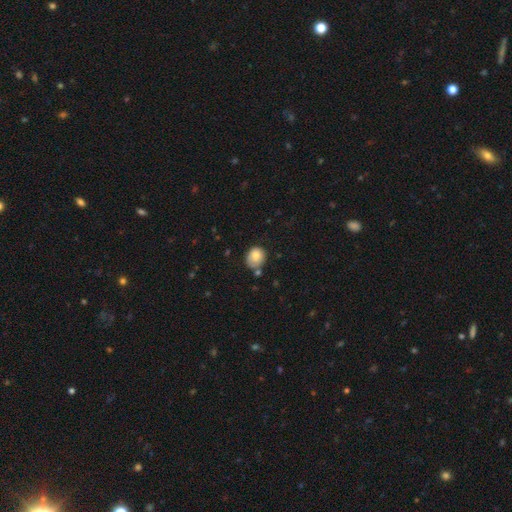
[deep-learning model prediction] A smooth galaxy with no disk features (80%) that is round (69%).

Vote fractions:
- Smooth or featured? smooth: 80% / featured or disk: 11% / star or artifact: 8%
- How rounded? round: 69% / in between: 30% / cigar-shaped: 1%
- Merging? none: 61% / minor disturbance: 24% / merger: 9% / major disturbance: 5%